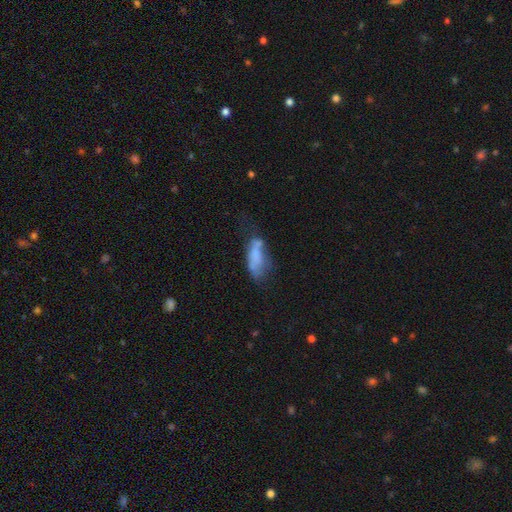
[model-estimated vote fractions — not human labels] Smooth or featured? smooth (58%)
How rounded? in between (74%)
Merging? major disturbance (30%)